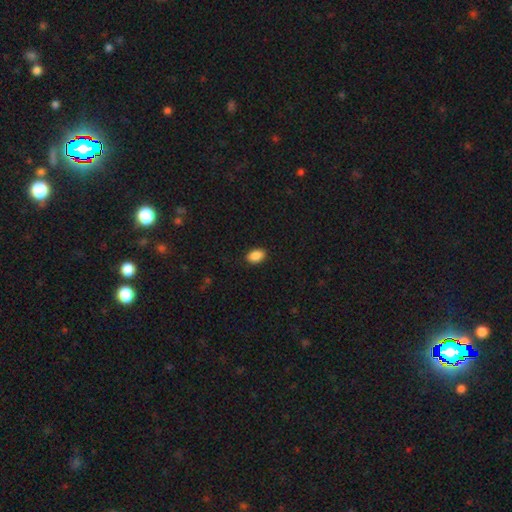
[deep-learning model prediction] smooth-or-featured: smooth: 89% | star or artifact: 8% | featured or disk: 3%
  how-rounded: in between: 87% | round: 12% | cigar-shaped: 1%
  merging: none: 89% | minor disturbance: 8% | major disturbance: 2% | merger: 1%